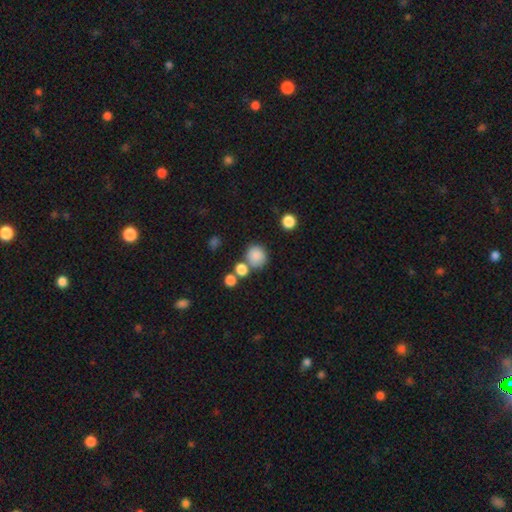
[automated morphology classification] This is clearly a smooth galaxy (84%). How rounded: clearly round (85%). Merging: likely none (66%).